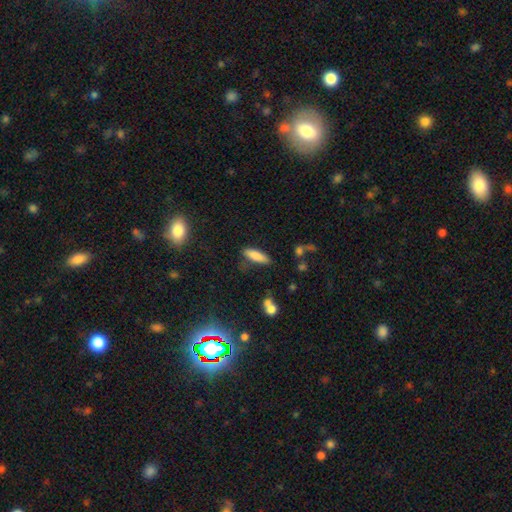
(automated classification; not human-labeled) This is clearly a smooth galaxy (82%). How rounded: possibly cigar-shaped (51%). Merging: likely none (71%).